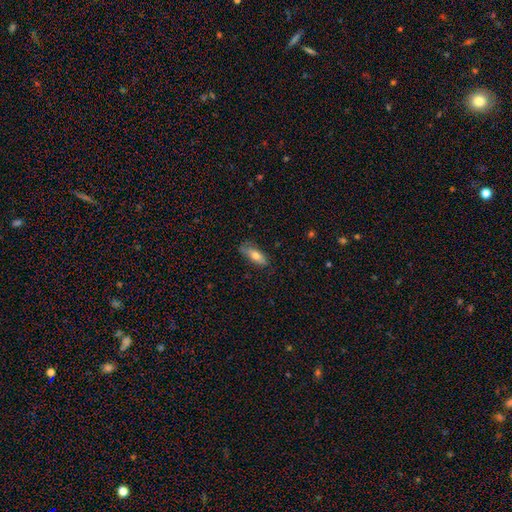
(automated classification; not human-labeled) Overall: smooth (70%). How rounded: in between (66%; cigar-shaped 31%). Merging: none (75%).